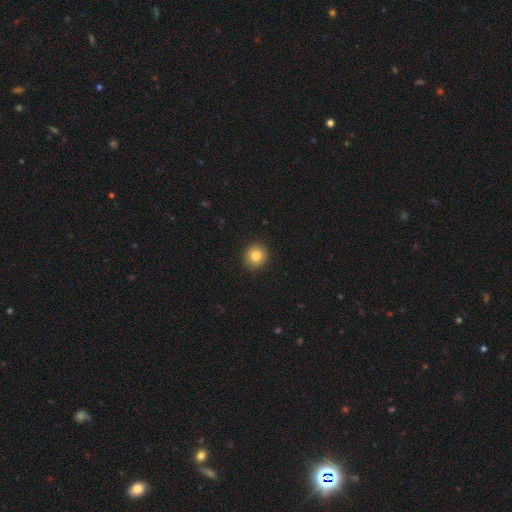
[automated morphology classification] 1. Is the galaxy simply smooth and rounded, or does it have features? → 84% smooth, 10% star or artifact, 6% featured or disk.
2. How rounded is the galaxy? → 89% round, 10% in between, 1% cigar-shaped.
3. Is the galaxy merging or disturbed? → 91% none, 6% minor disturbance, 2% major disturbance, 1% merger.